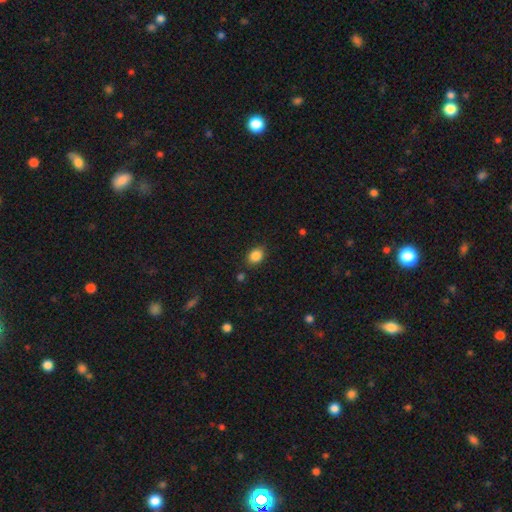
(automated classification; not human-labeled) Q: Smooth or featured?
A: smooth (86%); runner-up: star or artifact (9%)
Q: How rounded?
A: in between (64%); runner-up: round (35%)
Q: Merging?
A: none (82%); runner-up: minor disturbance (12%)